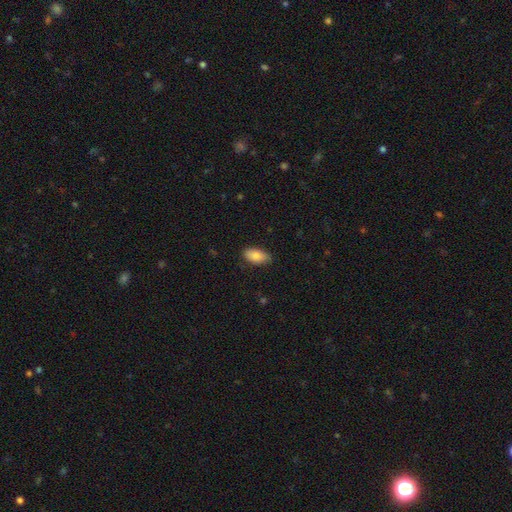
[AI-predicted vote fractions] Smooth or featured? Predicted: smooth (p=0.86). How rounded? Predicted: in between (p=0.92). Merging? Predicted: none (p=0.83).